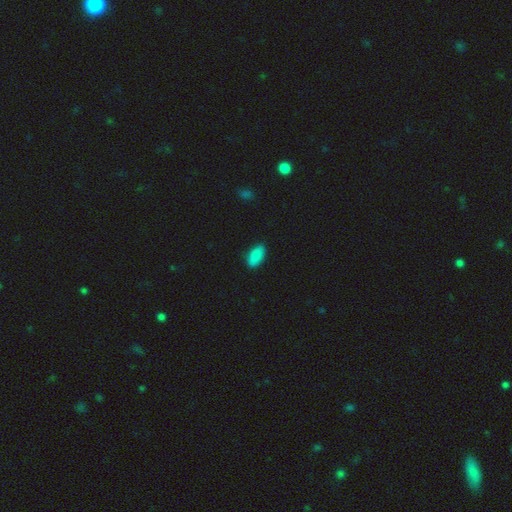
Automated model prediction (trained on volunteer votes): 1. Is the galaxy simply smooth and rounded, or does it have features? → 88% smooth, 8% star or artifact, 5% featured or disk.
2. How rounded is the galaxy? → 93% in between, 4% cigar-shaped, 3% round.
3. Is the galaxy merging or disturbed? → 85% none, 12% minor disturbance, 2% major disturbance, 1% merger.